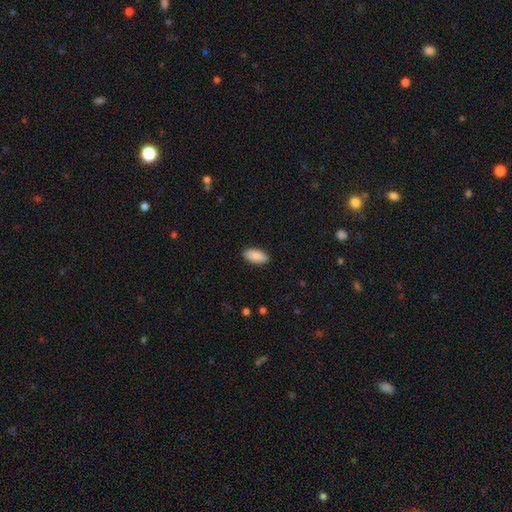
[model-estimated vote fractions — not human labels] smooth-or-featured: smooth: 90% | star or artifact: 6% | featured or disk: 4%
  how-rounded: in between: 93% | cigar-shaped: 6% | round: 2%
  merging: none: 90% | minor disturbance: 7% | major disturbance: 2% | merger: 1%